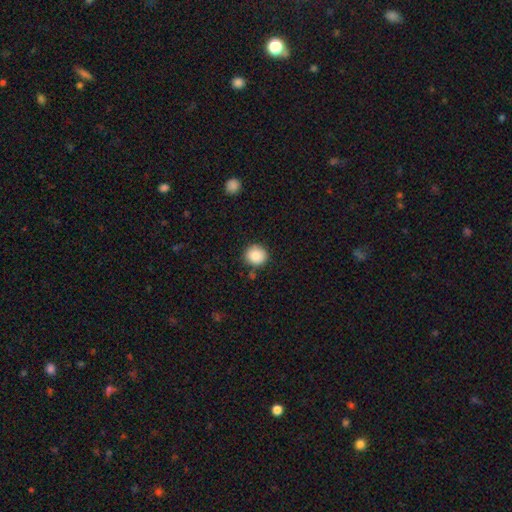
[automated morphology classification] The model was most divided on "merging": none: 85%, minor disturbance: 9%, merger: 3%, major disturbance: 2%. More confident: how rounded — round (89%); smooth or featured — smooth (87%).